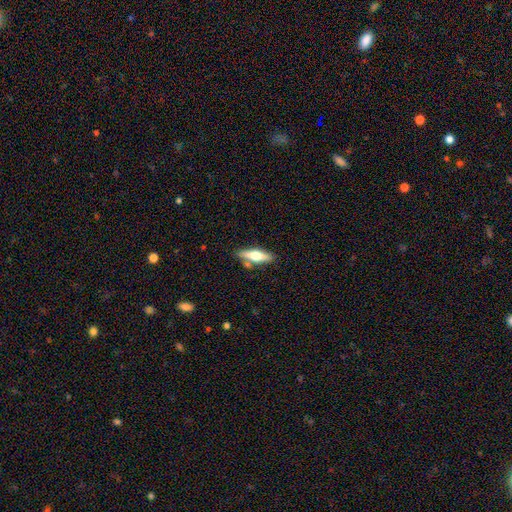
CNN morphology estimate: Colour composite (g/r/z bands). It shows a smooth galaxy with no disk features (49%). Merging: none (76%).